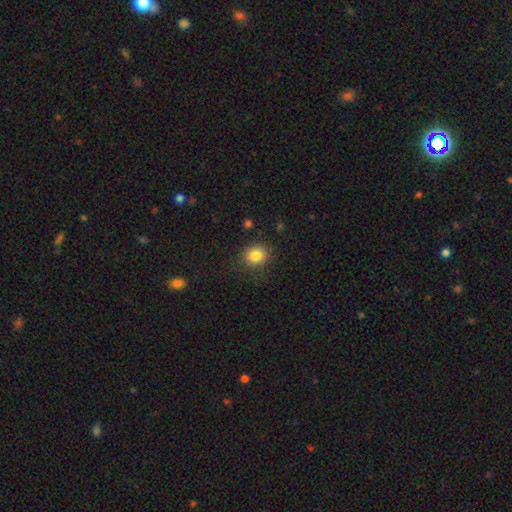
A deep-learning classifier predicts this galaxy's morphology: Smooth or featured? Predicted: smooth (p=0.84). How rounded? Predicted: round (p=0.79). Merging? Predicted: none (p=0.85).